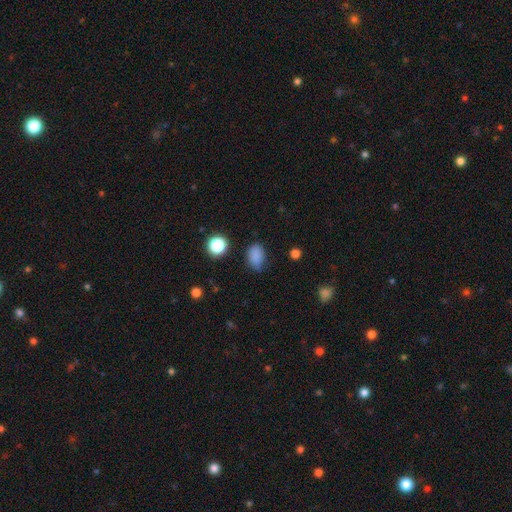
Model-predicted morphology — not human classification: Smooth or featured: smooth — 84% (star or artifact — 12%)
How rounded: in between — 76% (round — 23%)
Merging: none — 70% (minor disturbance — 23%)